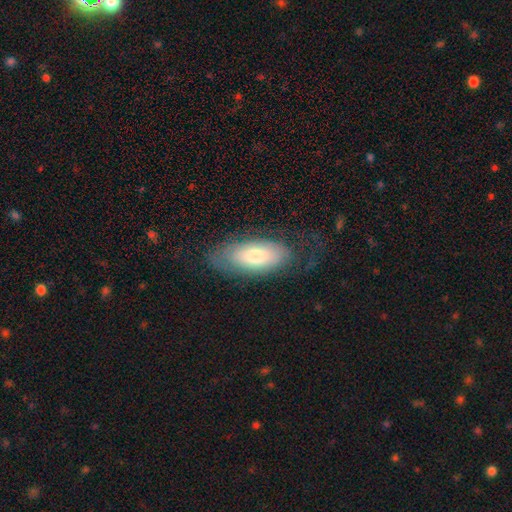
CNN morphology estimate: Q: Smooth or featured?
A: smooth (64%); runner-up: featured or disk (29%)
Q: How rounded?
A: in between (89%); runner-up: cigar-shaped (8%)
Q: Merging?
A: none (64%); runner-up: minor disturbance (22%)